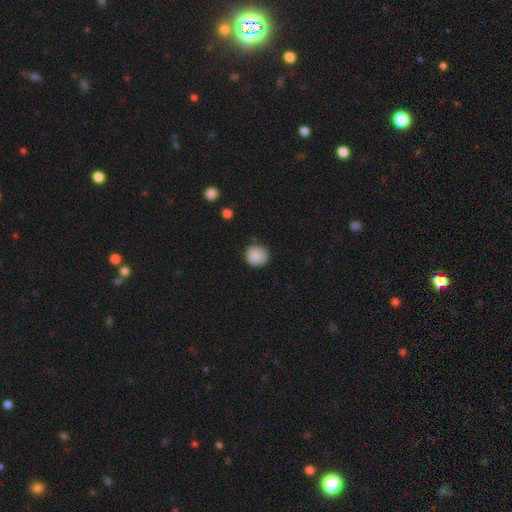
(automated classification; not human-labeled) Overall: smooth (87%). How rounded: round (92%). Merging: none (81%).